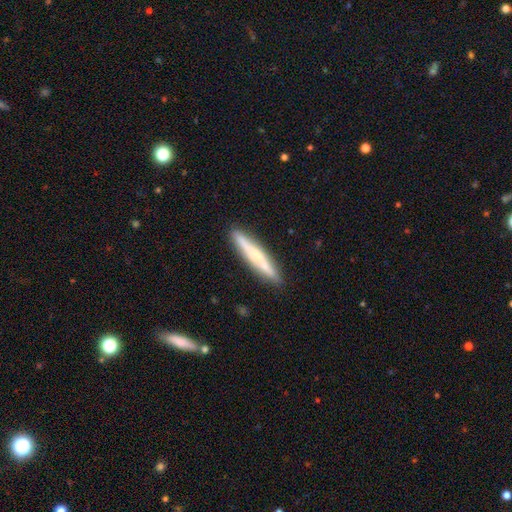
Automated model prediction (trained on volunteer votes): The model was most divided on "smooth or featured": featured or disk: 50%, smooth: 44%, star or artifact: 6%. More confident: edge-on disk — yes (95%); merging — none (90%).